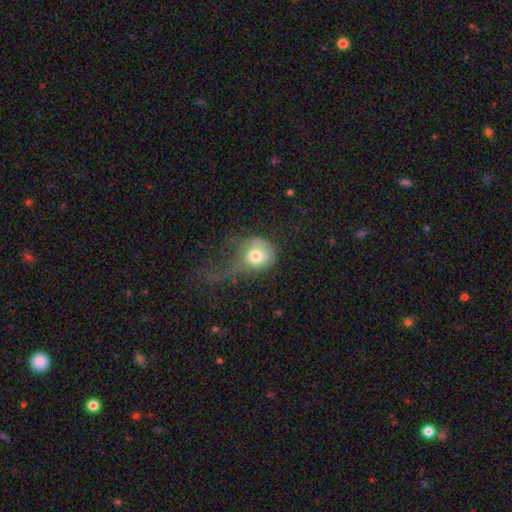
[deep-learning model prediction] Smooth or featured? smooth (71%)
How rounded? round (74%)
Merging? major disturbance (56%)